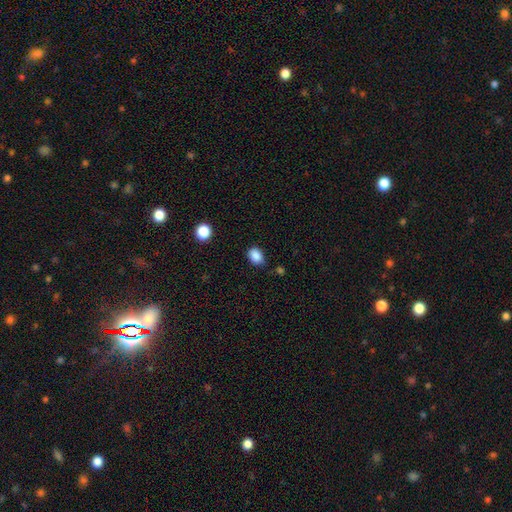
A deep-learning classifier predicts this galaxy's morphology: This is clearly a smooth galaxy (87%). How rounded: likely in between (69%). Merging: likely none (75%).